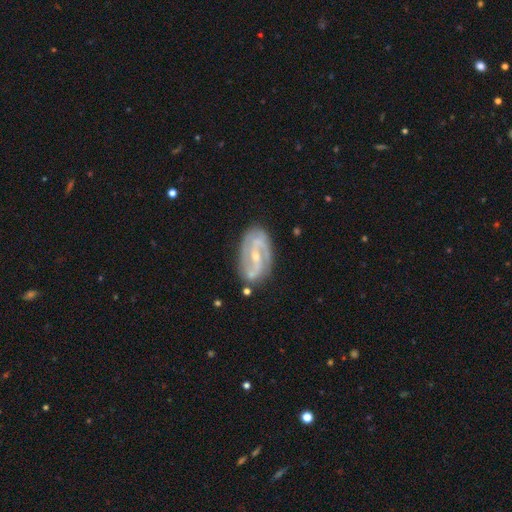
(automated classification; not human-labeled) Smooth or featured? featured or disk (87%)
Edge-on disk? no (95%)
Bar? strong (39%)
Spiral arms? yes (94%)
Spiral winding? medium (45%)
Spiral arm count? 2 (83%)
Bulge size? small (67%)
Merging? none (78%)